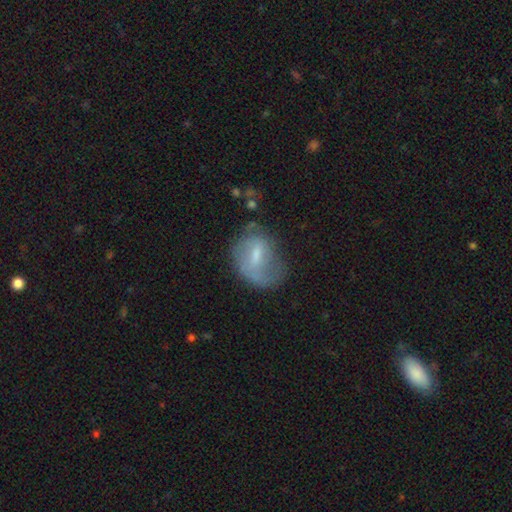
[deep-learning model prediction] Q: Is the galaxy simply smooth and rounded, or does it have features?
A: featured or disk — 46%.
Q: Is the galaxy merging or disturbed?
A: none — 41%.